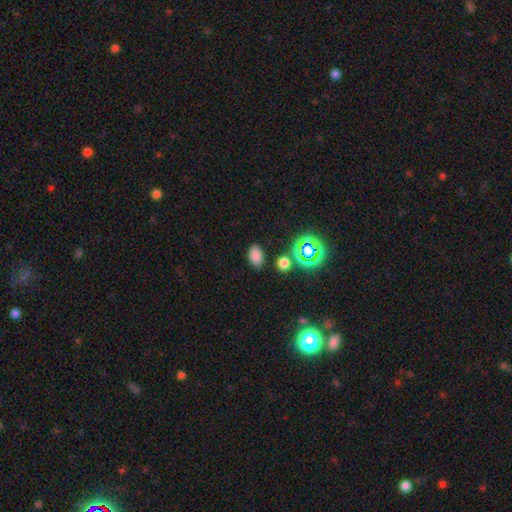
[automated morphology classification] This appears to be a smooth galaxy with no disk features (77%) that is in between round and cigar-shaped (86%). Merging: none (84%).